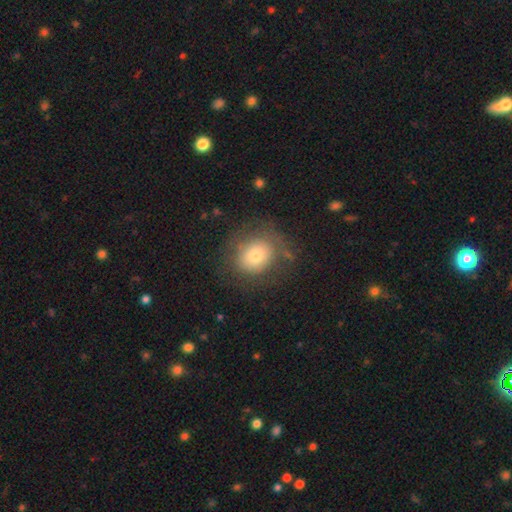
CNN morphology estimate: Smooth or featured? Predicted: smooth (p=0.71). How rounded? Predicted: round (p=0.72). Merging? Predicted: none (p=0.67).